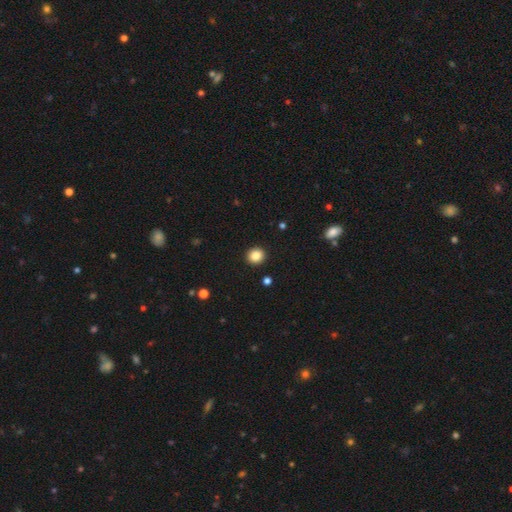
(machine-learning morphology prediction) This appears to be a smooth galaxy with no disk features (85%) that is round (89%). Merging: none (93%).